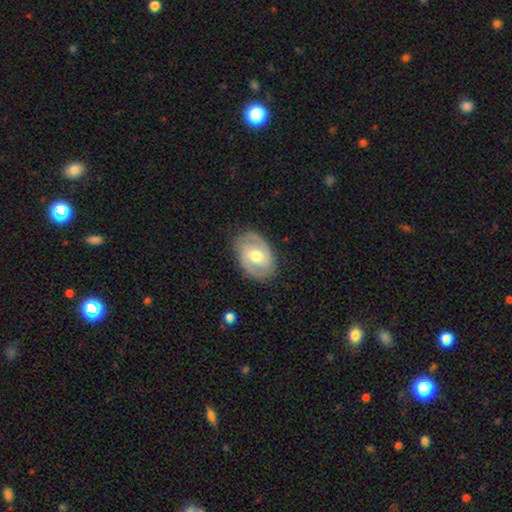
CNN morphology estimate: Smooth or featured: featured or disk — 74% (smooth — 21%)
Edge-on disk: no — 96% (yes — 4%)
Bar: weak — 48% (no — 37%)
Spiral arms: yes — 86% (no — 14%)
Spiral winding: medium — 47% (tight — 39%)
Spiral arm count: 2 — 86% (can't tell — 8%)
Bulge size: moderate — 71% (small — 17%)
Merging: none — 83% (minor disturbance — 13%)